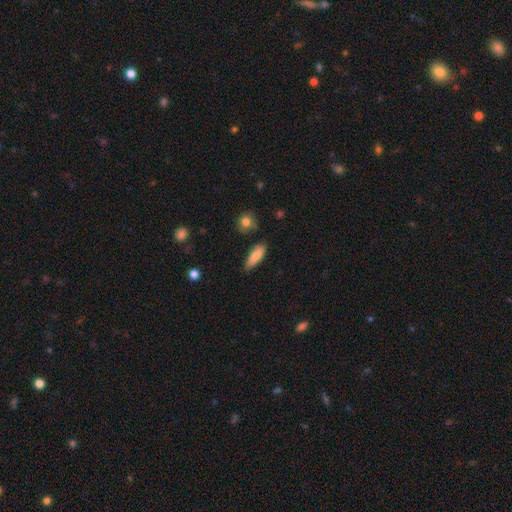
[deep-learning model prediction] This is clearly a smooth galaxy (82%). How rounded: possibly in between (59%). Merging: likely none (75%).